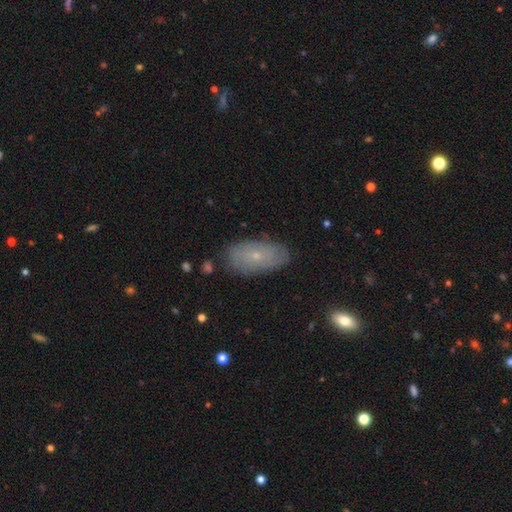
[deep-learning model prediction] Smooth or featured? smooth (51%)
How rounded? in between (91%)
Merging? none (81%)